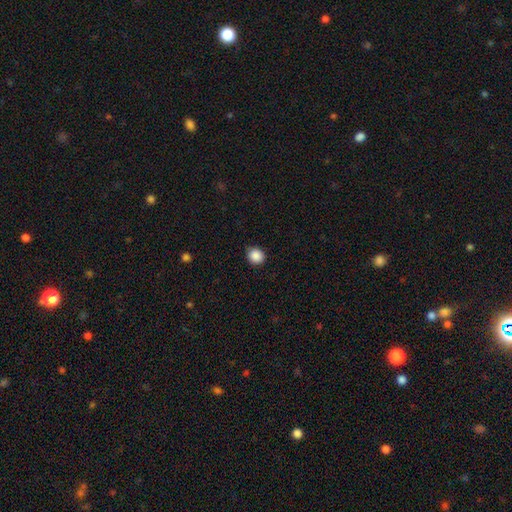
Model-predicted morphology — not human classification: Smooth or featured: smooth — 88% (star or artifact — 9%)
How rounded: round — 78% (in between — 21%)
Merging: none — 86% (minor disturbance — 11%)